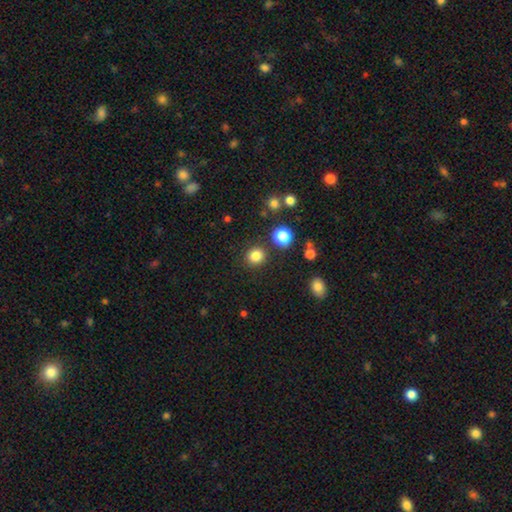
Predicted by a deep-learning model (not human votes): Overall: smooth (84%). How rounded: round (87%). Merging: none (87%).